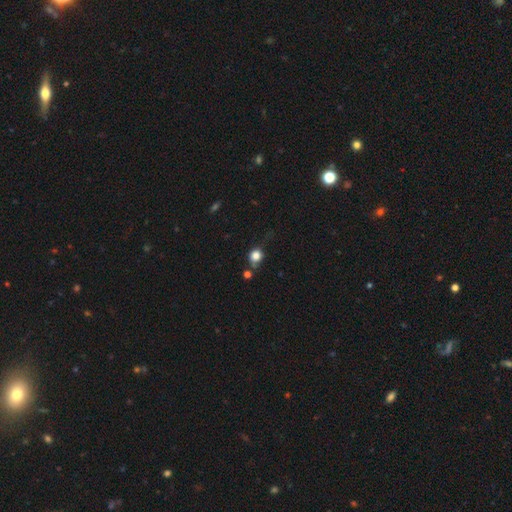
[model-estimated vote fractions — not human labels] A smooth galaxy with no disk features (80%) that is round (80%). Merging: none (55%).